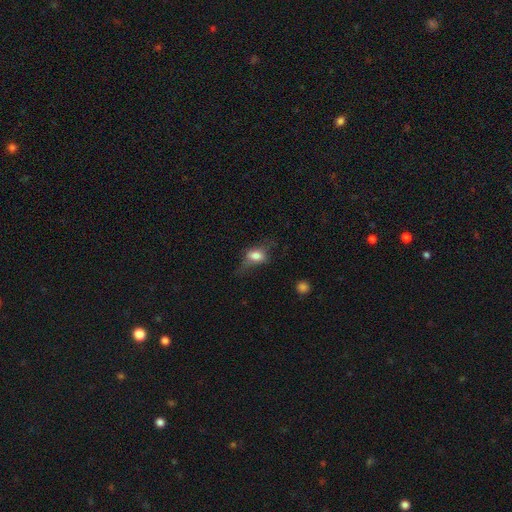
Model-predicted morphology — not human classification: Overall: smooth (69%). How rounded: in between (75%). Merging: none (37%; major disturbance 32%).